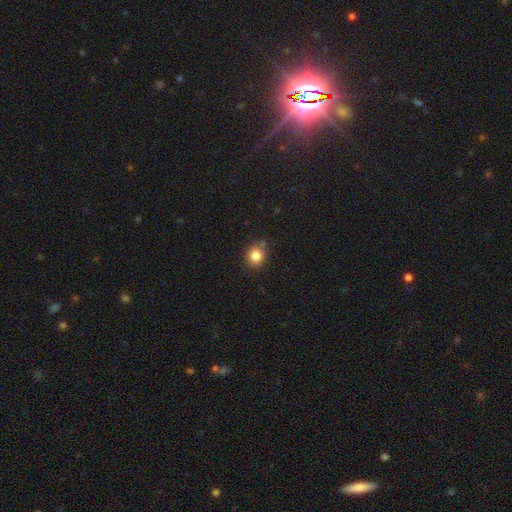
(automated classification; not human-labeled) A smooth galaxy with no disk features (84%) that is round (82%). Merging: none (80%).